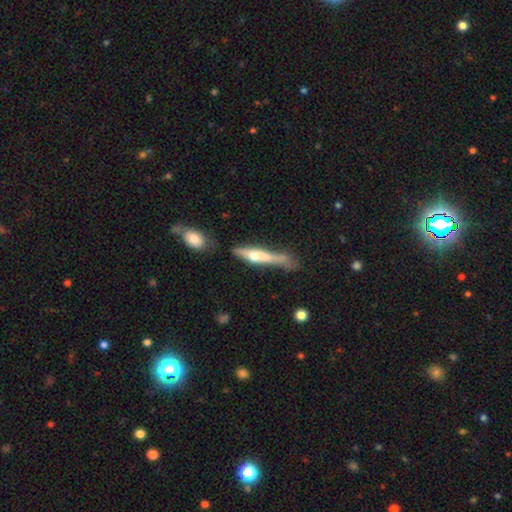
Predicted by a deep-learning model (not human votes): Q: Smooth or featured?
A: featured or disk (54%); runner-up: smooth (40%)
Q: Edge-on disk?
A: yes (88%); runner-up: no (12%)
Q: Merging?
A: none (41%); runner-up: minor disturbance (29%)